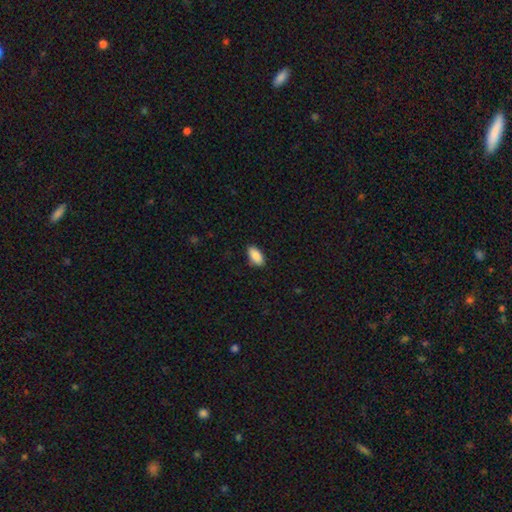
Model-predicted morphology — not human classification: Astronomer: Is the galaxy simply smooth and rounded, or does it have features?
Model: smooth — 88%.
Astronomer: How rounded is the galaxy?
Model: in between — 92%.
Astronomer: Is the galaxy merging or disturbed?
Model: none — 85%.